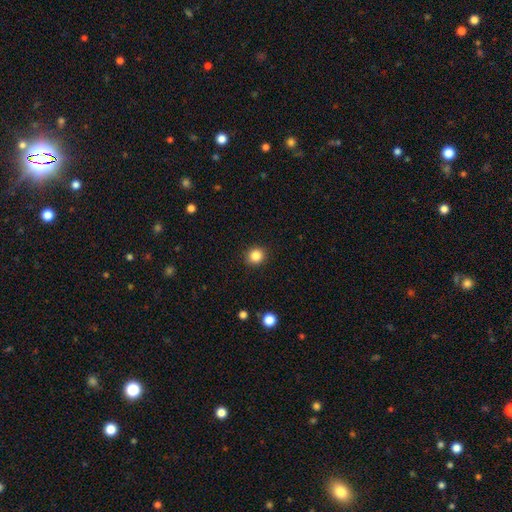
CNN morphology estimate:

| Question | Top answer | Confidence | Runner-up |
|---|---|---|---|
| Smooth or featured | smooth | 85% | star or artifact (11%) |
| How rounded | round | 86% | in between (13%) |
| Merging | none | 91% | minor disturbance (6%) |